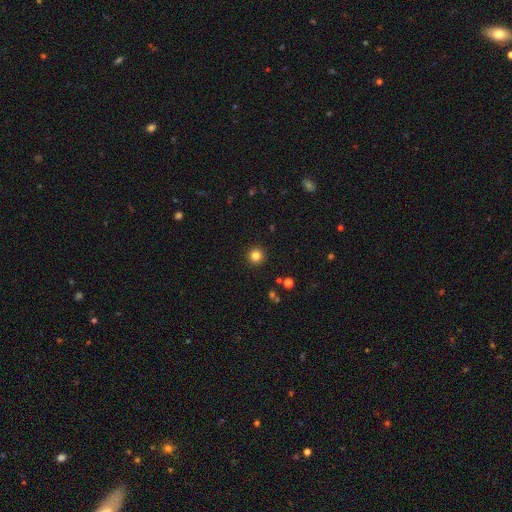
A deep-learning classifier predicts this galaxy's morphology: Smooth or featured?
  - smooth: 83% *
  - star or artifact: 12%
  - featured or disk: 5%
How rounded?
  - round: 96% *
  - in between: 3%
  - cigar-shaped: 1%
Merging?
  - none: 93% *
  - minor disturbance: 4%
  - major disturbance: 2%
  - merger: 1%